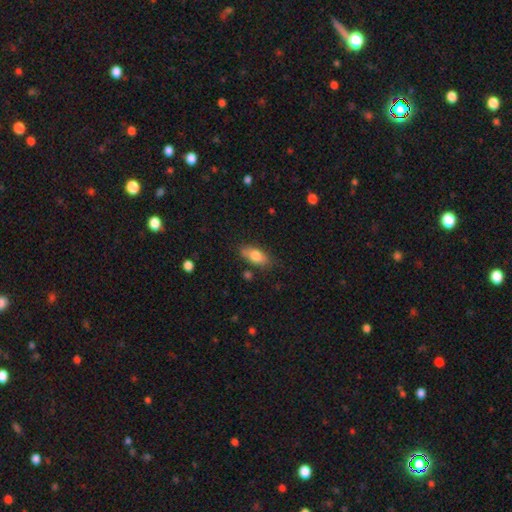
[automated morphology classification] type=smooth (78%); roundness=in between (82%); merging=none (76%).